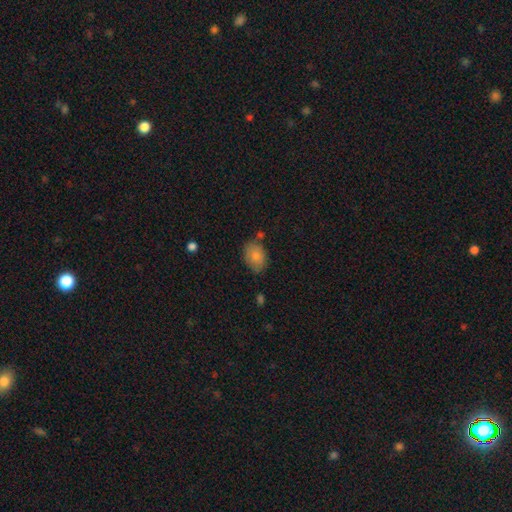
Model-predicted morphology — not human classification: Smooth or featured?
  - smooth: 79% *
  - featured or disk: 14%
  - star or artifact: 7%
How rounded?
  - in between: 81% *
  - round: 18%
  - cigar-shaped: 1%
Merging?
  - none: 70% *
  - minor disturbance: 20%
  - merger: 6%
  - major disturbance: 4%